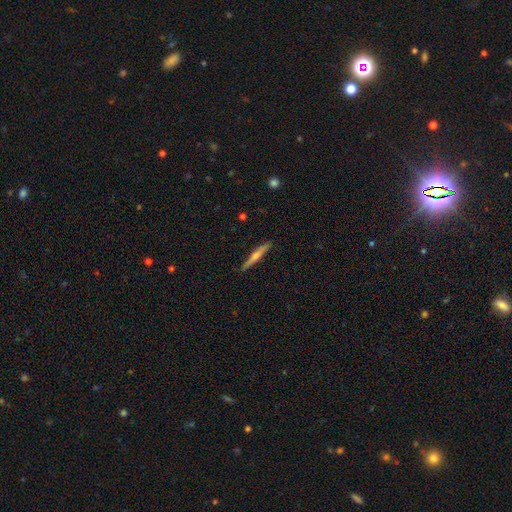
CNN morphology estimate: featured or disk 65%, smooth 30%, star or artifact 6%. Down the decision tree: edge-on disk — yes (98%); edge-on bulge — rounded (82%); merging — none (90%).